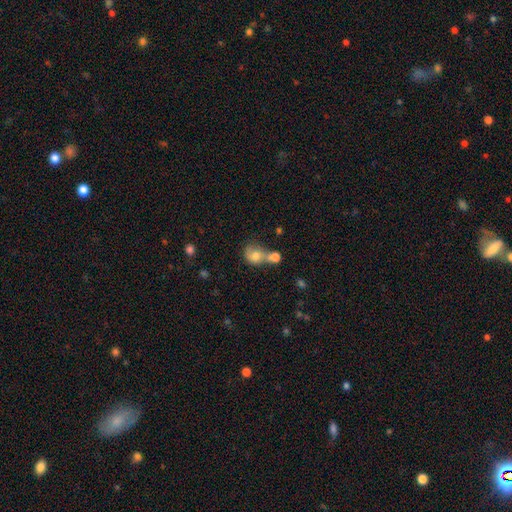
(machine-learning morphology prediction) Overall: smooth (67%). How rounded: round (58%; in between 41%). Merging: merger (53%; none 24%).